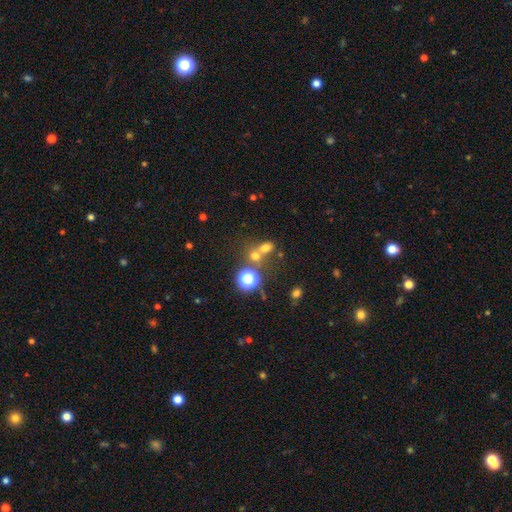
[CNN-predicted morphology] This appears to be a smooth galaxy with no disk features (61%) that is round (66%). Merging: none (44%).